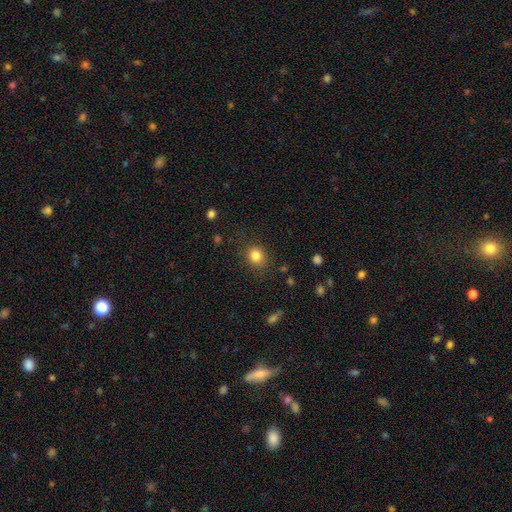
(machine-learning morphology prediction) This appears to be a smooth galaxy with no disk features (83%) that is round (72%). Merging: none (82%).